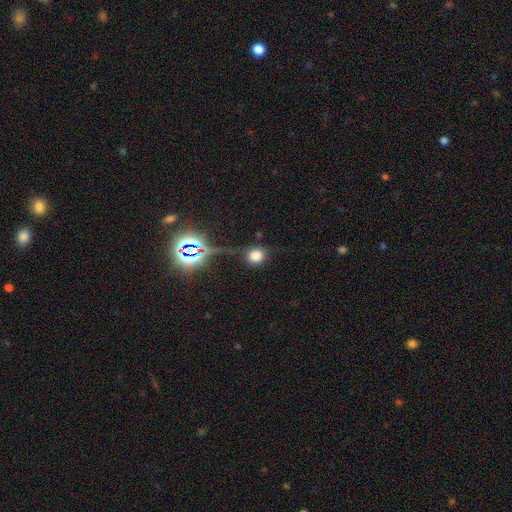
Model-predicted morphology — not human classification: smooth-or-featured: smooth: 73% | star or artifact: 20% | featured or disk: 8%
  how-rounded: round: 81% | in between: 18% | cigar-shaped: 2%
  merging: none: 71% | minor disturbance: 16% | major disturbance: 8% | merger: 5%